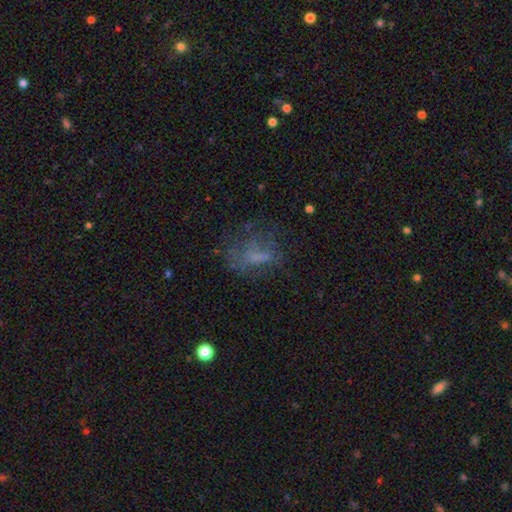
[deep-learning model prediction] Smooth or featured? smooth (45%)
Merging? none (49%)